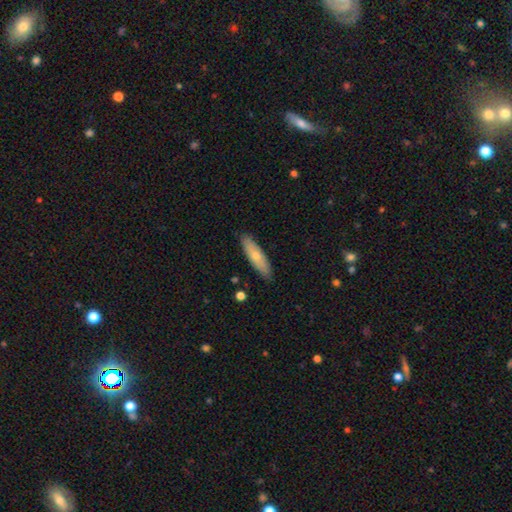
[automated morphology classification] smooth_or_featured: smooth (p=0.66) [alt: featured or disk p=0.29]
how_rounded: cigar-shaped (p=0.61) [alt: in between p=0.37]
merging: none (p=0.87) [alt: minor disturbance p=0.10]